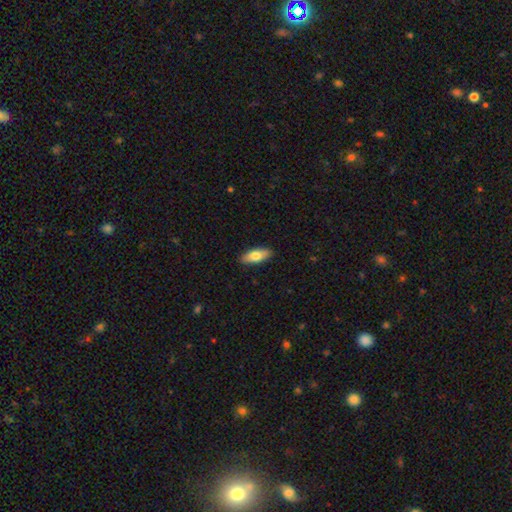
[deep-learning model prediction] Smooth or featured? Predicted: smooth (p=0.76). How rounded? Predicted: in between (p=0.75). Merging? Predicted: none (p=0.90).